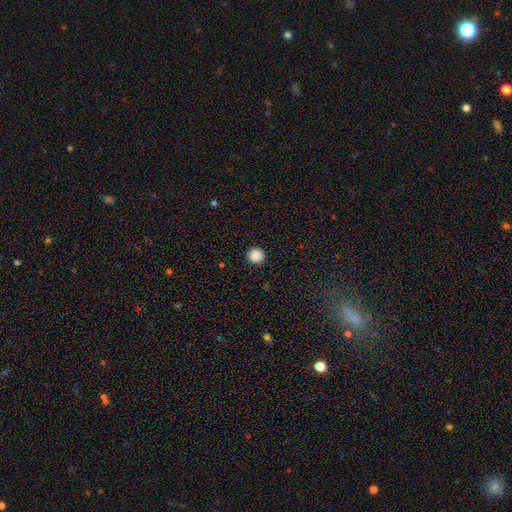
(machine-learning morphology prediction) smooth-or-featured: smooth: 88% | star or artifact: 10% | featured or disk: 2%
  how-rounded: round: 96% | in between: 3% | cigar-shaped: 1%
  merging: none: 93% | minor disturbance: 4% | major disturbance: 2% | merger: 1%